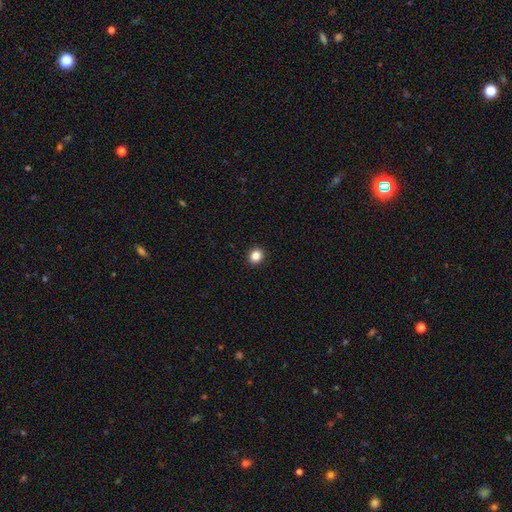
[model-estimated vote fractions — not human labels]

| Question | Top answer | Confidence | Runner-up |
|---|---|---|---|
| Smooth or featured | smooth | 85% | star or artifact (11%) |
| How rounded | round | 85% | in between (14%) |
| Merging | none | 93% | minor disturbance (5%) |